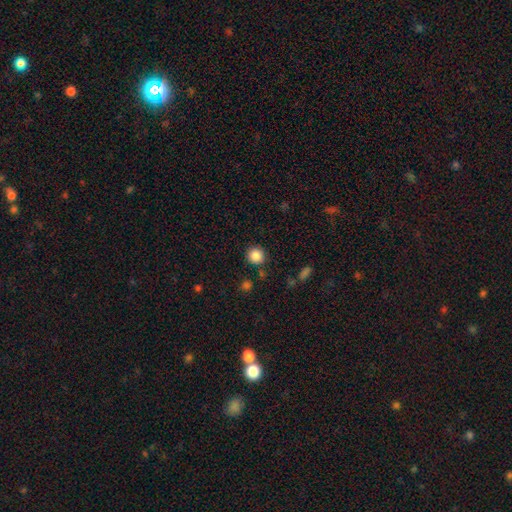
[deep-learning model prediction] smooth-or-featured: smooth: 86% | star or artifact: 11% | featured or disk: 3%
  how-rounded: round: 93% | in between: 7% | cigar-shaped: 1%
  merging: none: 85% | minor disturbance: 8% | merger: 3% | major disturbance: 3%